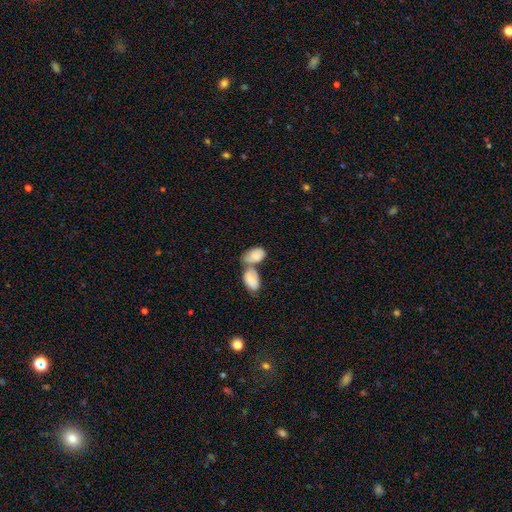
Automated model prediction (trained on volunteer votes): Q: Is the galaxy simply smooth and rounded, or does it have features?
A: smooth — 79%.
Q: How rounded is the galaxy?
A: in between — 92%.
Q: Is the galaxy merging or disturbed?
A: merger — 66%.